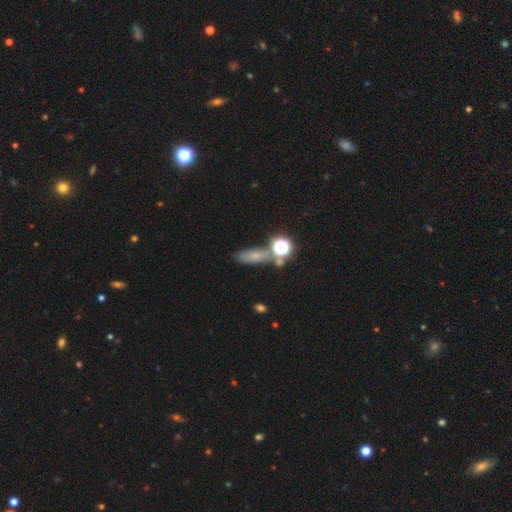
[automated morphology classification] A smooth galaxy with no disk features (55%) that is in between round and cigar-shaped (55%).

Vote fractions:
- Smooth or featured? smooth: 55% / star or artifact: 28% / featured or disk: 17%
- How rounded? in between: 55% / cigar-shaped: 29% / round: 17%
- Merging? none: 60% / minor disturbance: 16% / merger: 16% / major disturbance: 7%